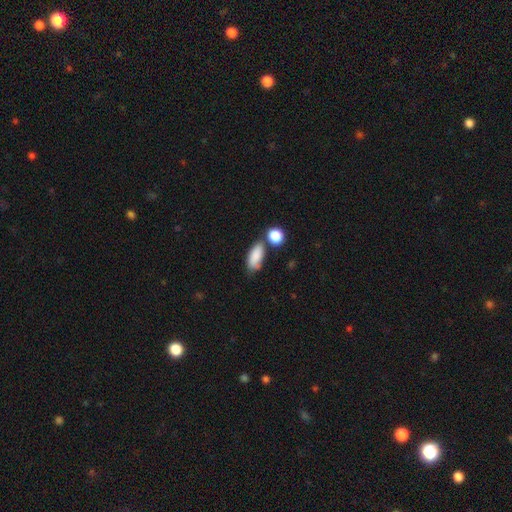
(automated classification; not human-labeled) This appears to be a smooth galaxy with no disk features (85%) that is in between round and cigar-shaped (85%). Merging: none (57%).